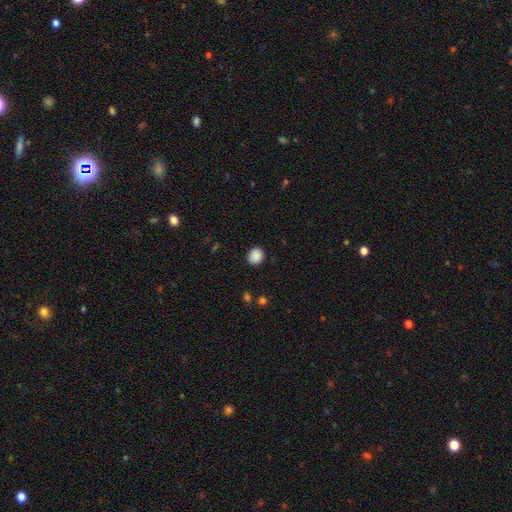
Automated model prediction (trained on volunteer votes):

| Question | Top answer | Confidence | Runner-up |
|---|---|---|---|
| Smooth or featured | smooth | 88% | star or artifact (9%) |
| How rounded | round | 75% | in between (24%) |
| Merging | none | 88% | minor disturbance (8%) |